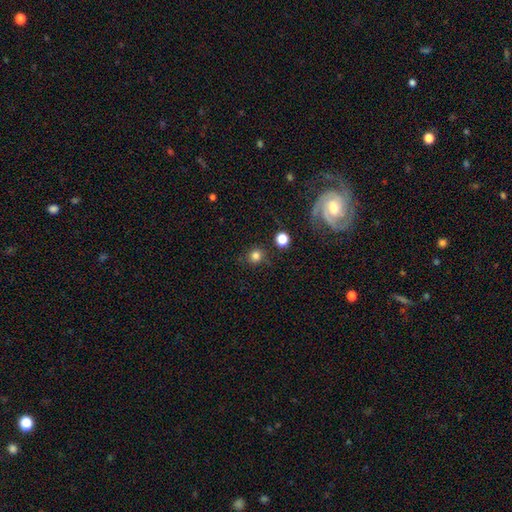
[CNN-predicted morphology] Smooth or featured? Predicted: smooth (p=0.81). How rounded? Predicted: round (p=0.90). Merging? Predicted: none (p=0.82).